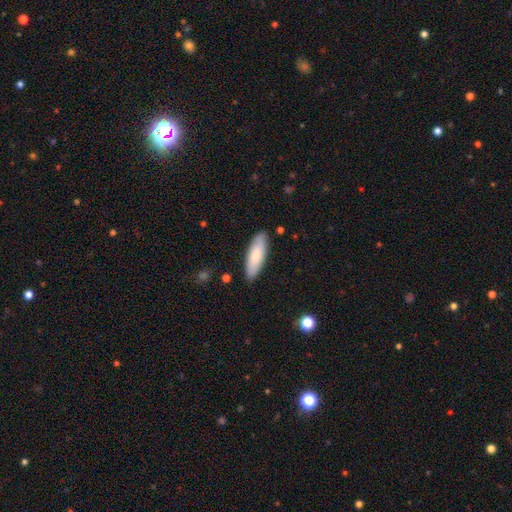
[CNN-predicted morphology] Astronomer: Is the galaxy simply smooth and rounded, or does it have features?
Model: smooth — 81%.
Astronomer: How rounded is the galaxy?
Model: in between — 57% (runner-up: cigar-shaped, 42%).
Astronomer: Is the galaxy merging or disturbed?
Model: none — 87%.